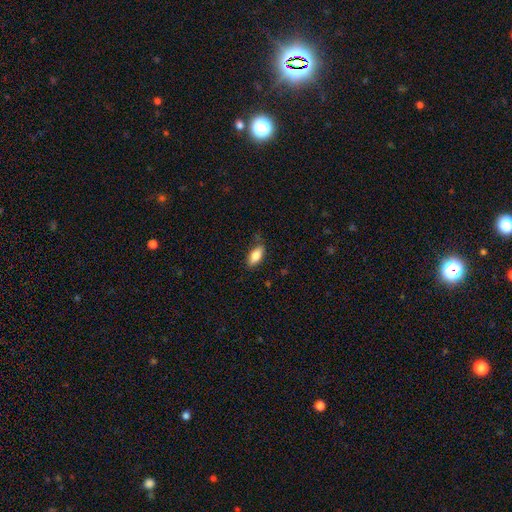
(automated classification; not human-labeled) A smooth galaxy with no disk features (81%) that is in between round and cigar-shaped (83%).

Vote fractions:
- Smooth or featured? smooth: 81% / featured or disk: 12% / star or artifact: 7%
- How rounded? in between: 83% / cigar-shaped: 14% / round: 3%
- Merging? none: 77% / minor disturbance: 18% / major disturbance: 4% / merger: 2%